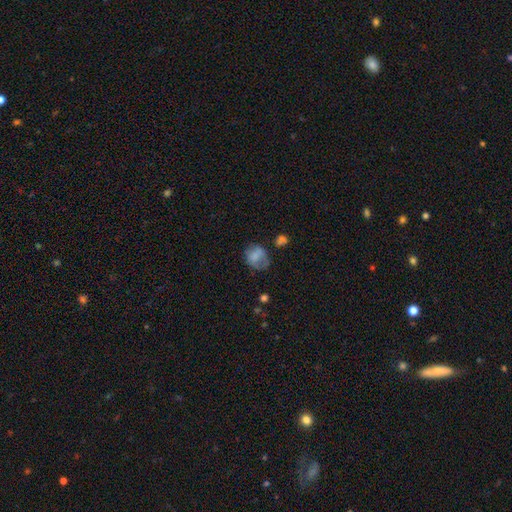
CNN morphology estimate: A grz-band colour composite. It shows a smooth galaxy with no disk features (67%) that is round (53%). Merging: none (43%).